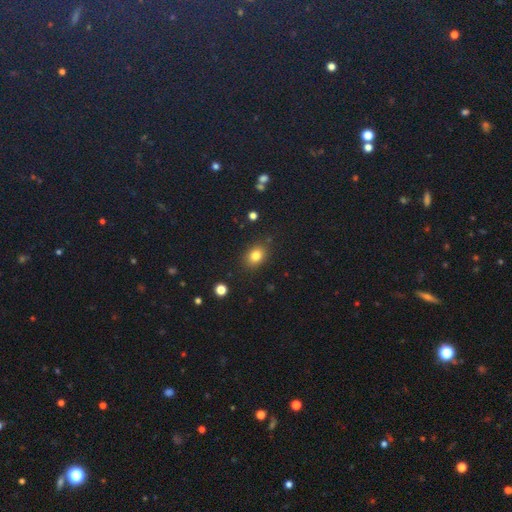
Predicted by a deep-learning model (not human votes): smooth 81%, star or artifact 12%, featured or disk 7%. Down the decision tree: how rounded — in between (55%); merging — none (83%).